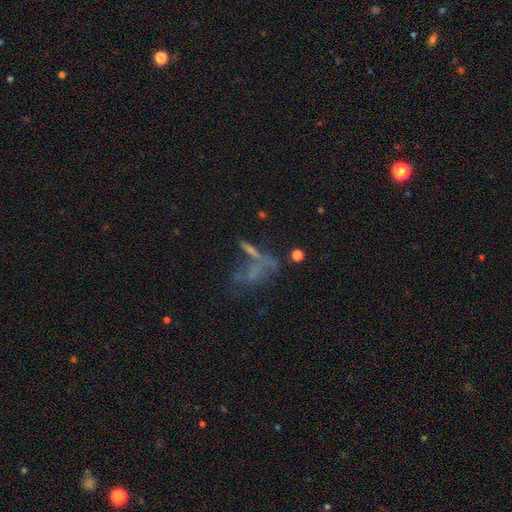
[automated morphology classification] Smooth or featured? Predicted: featured or disk (p=0.42). Merging? Predicted: none (p=0.31).